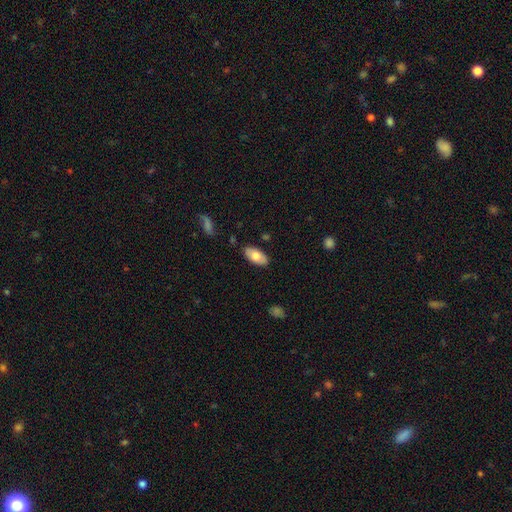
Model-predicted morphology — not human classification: Q: Smooth or featured?
A: smooth (73%); runner-up: featured or disk (21%)
Q: How rounded?
A: in between (94%); runner-up: cigar-shaped (4%)
Q: Merging?
A: none (85%); runner-up: minor disturbance (11%)